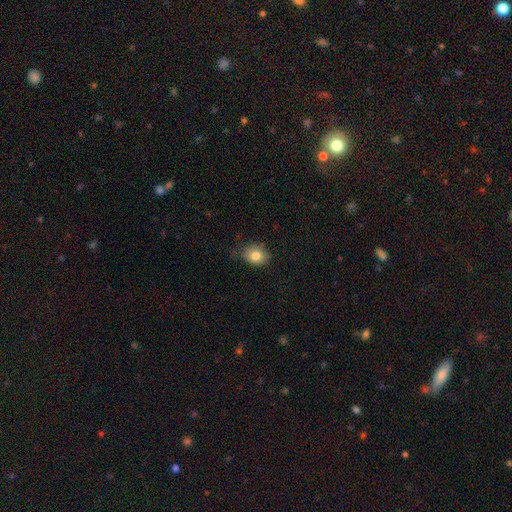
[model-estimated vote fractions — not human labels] Smooth or featured: smooth — 82% (star or artifact — 9%)
How rounded: in between — 52% (round — 47%)
Merging: none — 70% (minor disturbance — 24%)